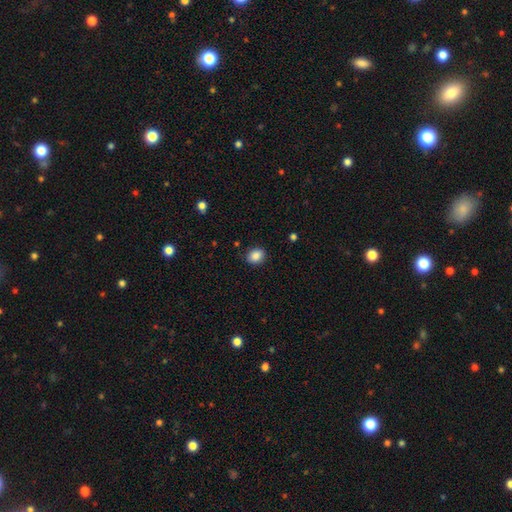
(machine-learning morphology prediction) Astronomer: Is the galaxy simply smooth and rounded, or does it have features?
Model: smooth — 87%.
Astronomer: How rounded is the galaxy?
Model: round — 51% (runner-up: in between, 48%).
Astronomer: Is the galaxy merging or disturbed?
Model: none — 87%.